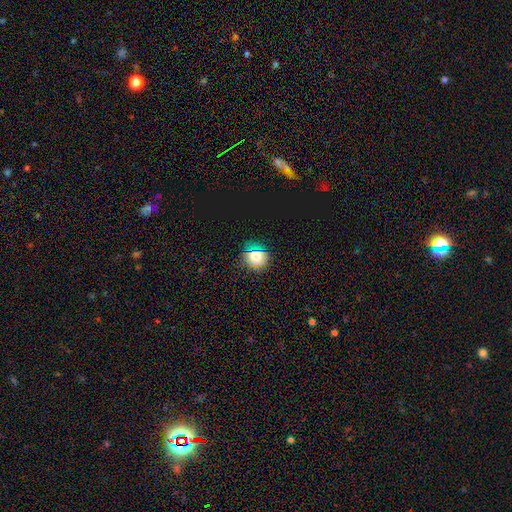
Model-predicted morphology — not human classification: Smooth or featured: smooth — 69% (star or artifact — 23%)
How rounded: round — 87% (in between — 12%)
Merging: none — 88% (minor disturbance — 8%)